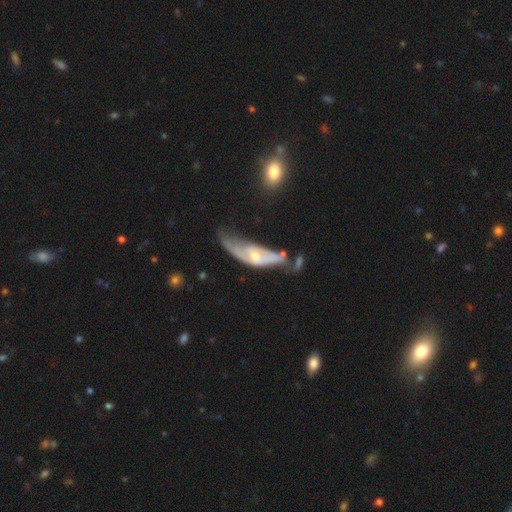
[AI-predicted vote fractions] The model was most divided on "merging": major disturbance: 34%, minor disturbance: 29%, none: 24%, merger: 13%. More confident: edge-on disk — no (71%); smooth or featured — featured or disk (67%).